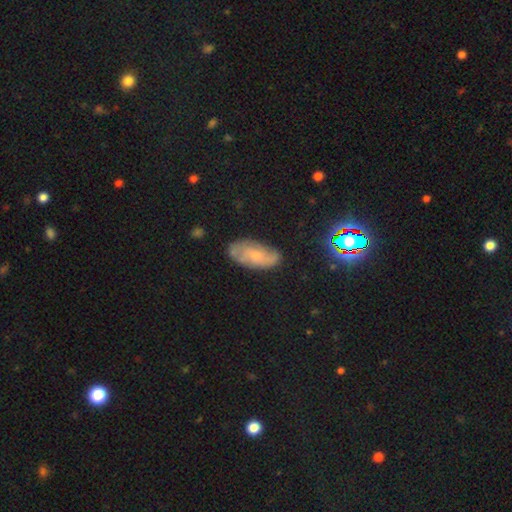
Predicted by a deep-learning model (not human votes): A featured or disk galaxy (47%). Merging: none (71%).